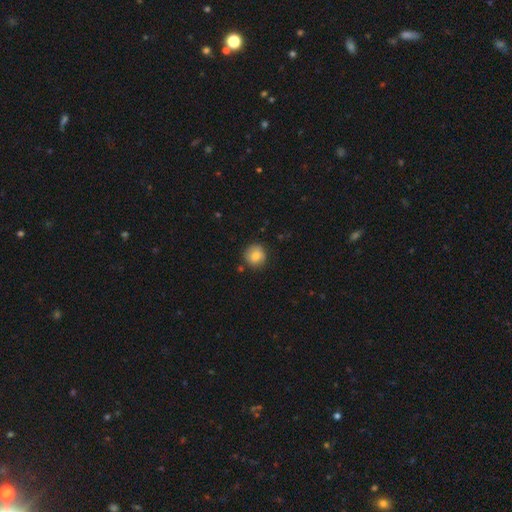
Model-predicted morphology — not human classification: Smooth or featured? smooth (78%)
How rounded? round (91%)
Merging? none (81%)